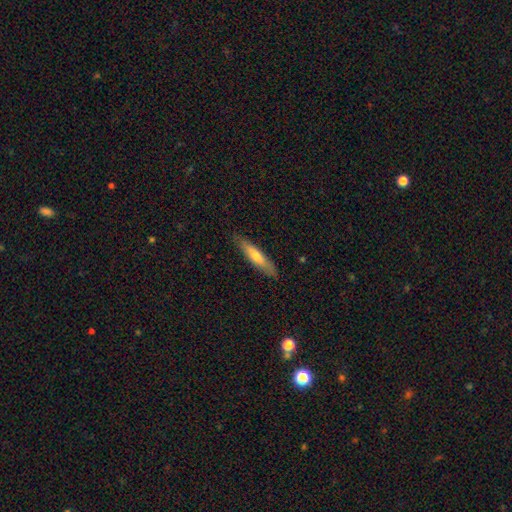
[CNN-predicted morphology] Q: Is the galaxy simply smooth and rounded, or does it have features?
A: smooth — 58%.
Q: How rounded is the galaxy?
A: cigar-shaped — 83%.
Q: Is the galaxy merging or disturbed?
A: none — 85%.